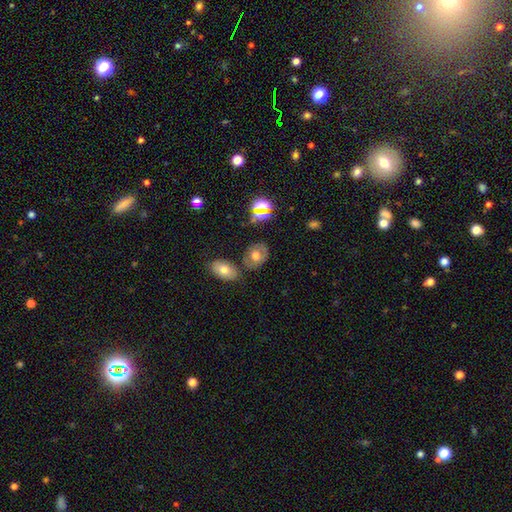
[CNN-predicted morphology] Smooth or featured? Predicted: smooth (p=0.60). How rounded? Predicted: in between (p=0.64). Merging? Predicted: none (p=0.68).